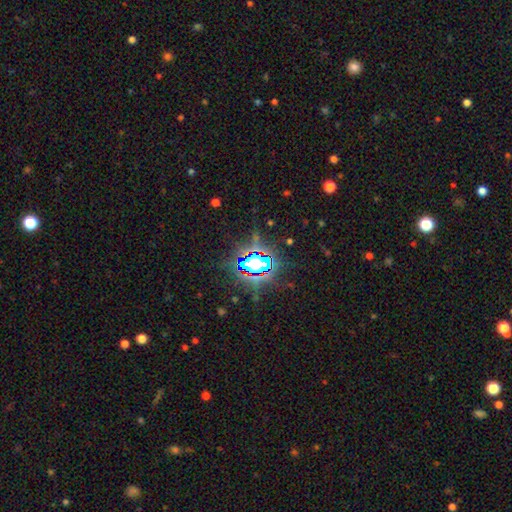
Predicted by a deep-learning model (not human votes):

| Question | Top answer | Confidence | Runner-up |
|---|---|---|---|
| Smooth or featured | star or artifact | 84% | smooth (9%) |